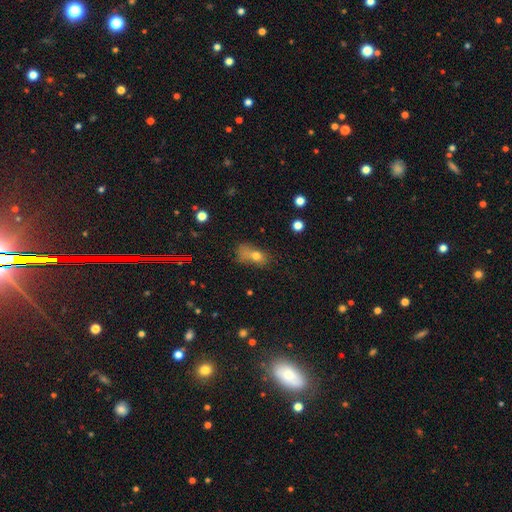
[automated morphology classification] smooth 68%, star or artifact 16%, featured or disk 15%. Down the decision tree: how rounded — in between (68%); merging — none (32%).